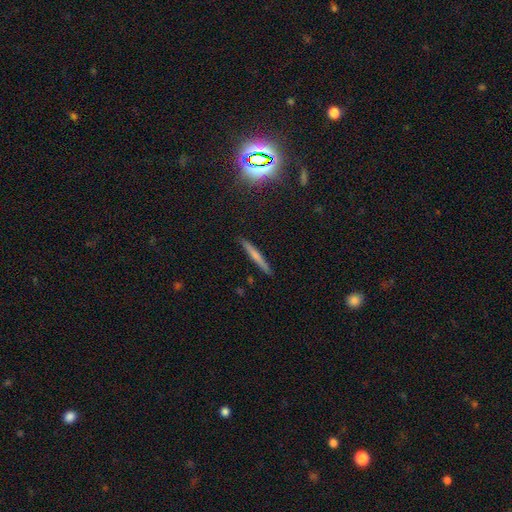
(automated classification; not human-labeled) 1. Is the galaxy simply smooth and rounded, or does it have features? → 54% smooth, 37% featured or disk, 9% star or artifact.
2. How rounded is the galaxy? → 95% cigar-shaped, 3% in between, 2% round.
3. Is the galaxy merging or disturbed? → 89% none, 8% minor disturbance, 2% major disturbance, 1% merger.